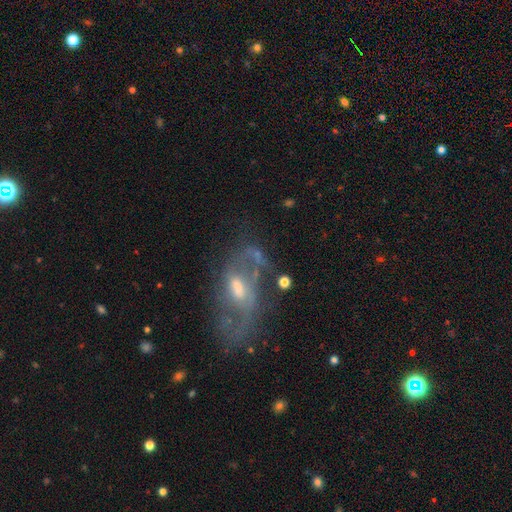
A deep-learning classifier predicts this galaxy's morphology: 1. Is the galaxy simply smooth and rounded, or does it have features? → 72% featured or disk, 17% smooth, 11% star or artifact.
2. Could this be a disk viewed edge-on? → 93% no, 7% yes.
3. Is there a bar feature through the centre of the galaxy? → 49% weak, 34% no, 18% strong.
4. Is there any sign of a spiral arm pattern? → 71% yes, 29% no.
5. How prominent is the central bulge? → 54% moderate, 24% small, 11% large, 10% none, 2% dominant.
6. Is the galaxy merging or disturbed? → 41% none, 31% major disturbance, 19% minor disturbance, 8% merger.